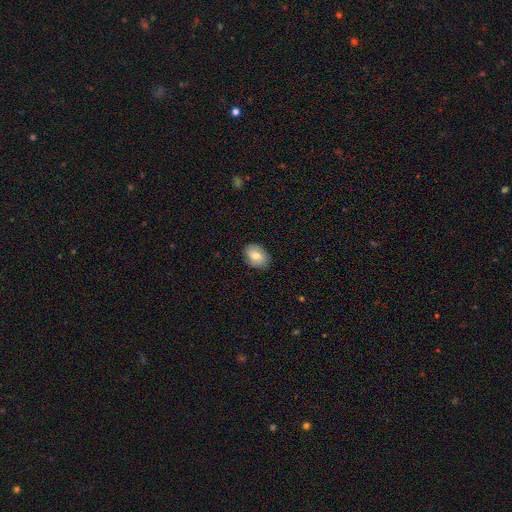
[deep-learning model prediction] Smooth or featured: smooth — 75% (featured or disk — 17%)
How rounded: in between — 73% (round — 26%)
Merging: none — 83% (minor disturbance — 13%)